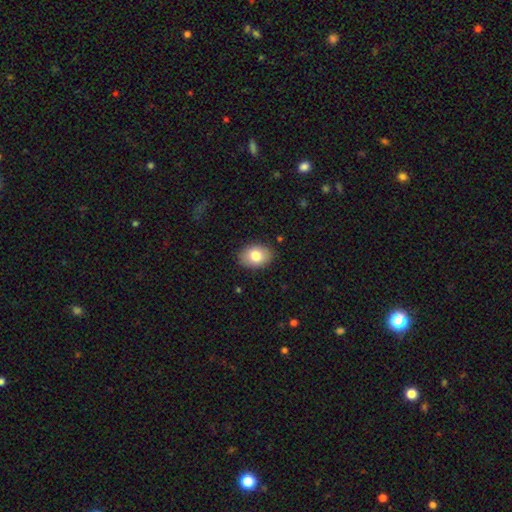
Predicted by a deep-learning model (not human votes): This appears to be a smooth galaxy with no disk features (79%) that is in between round and cigar-shaped (77%). Merging: none (87%).